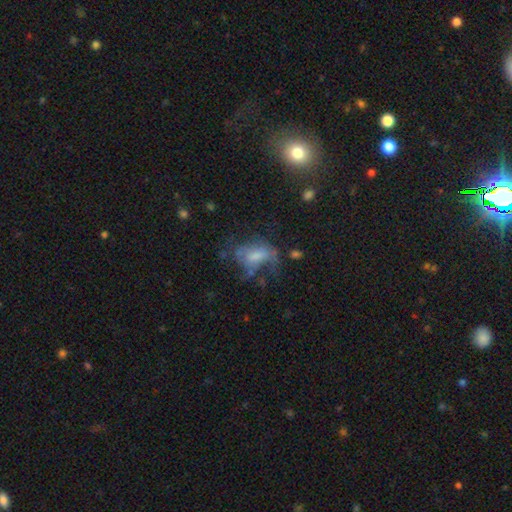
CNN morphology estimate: This appears to be a featured or disk galaxy (49%). Merging: major disturbance (37%).